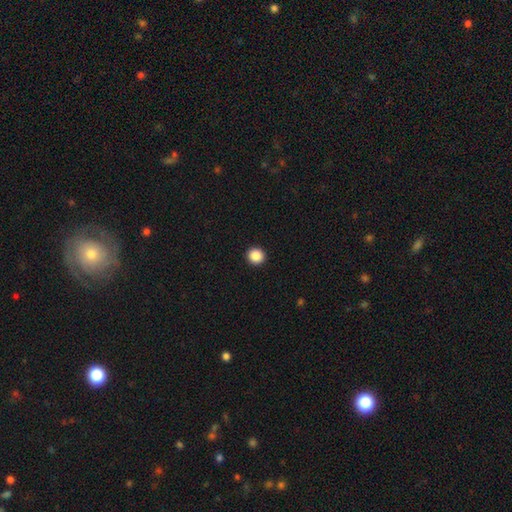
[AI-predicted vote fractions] smooth-or-featured: smooth: 88% | star or artifact: 9% | featured or disk: 3%
  how-rounded: round: 93% | in between: 6% | cigar-shaped: 1%
  merging: none: 94% | minor disturbance: 4% | major disturbance: 1% | merger: 1%